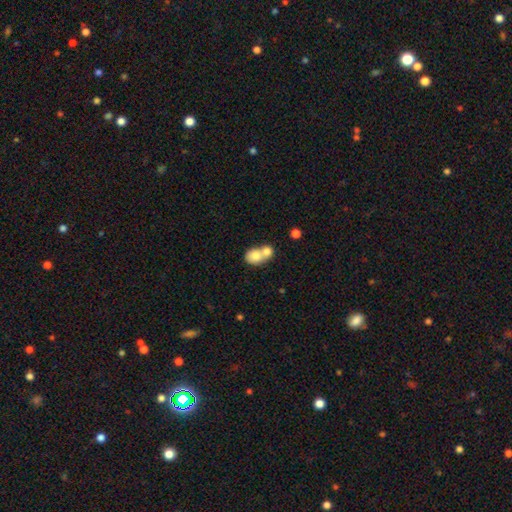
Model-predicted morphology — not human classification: This is likely a smooth galaxy (75%). How rounded: possibly round (53%). Merging: likely merger (72%).